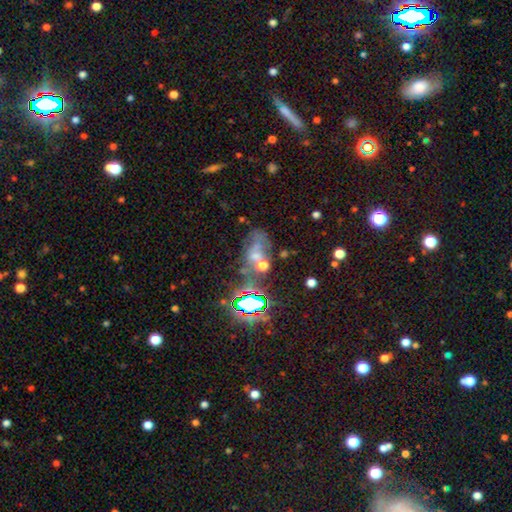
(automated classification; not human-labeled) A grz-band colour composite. It shows a star or artifact, not a galaxy (48%).